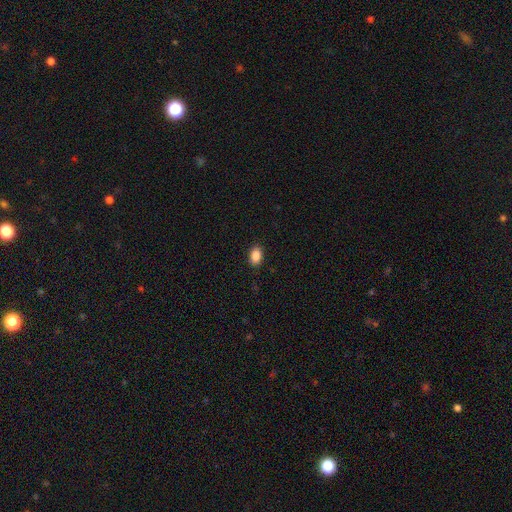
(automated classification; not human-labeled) Smooth or featured? smooth (88%)
How rounded? in between (86%)
Merging? none (89%)